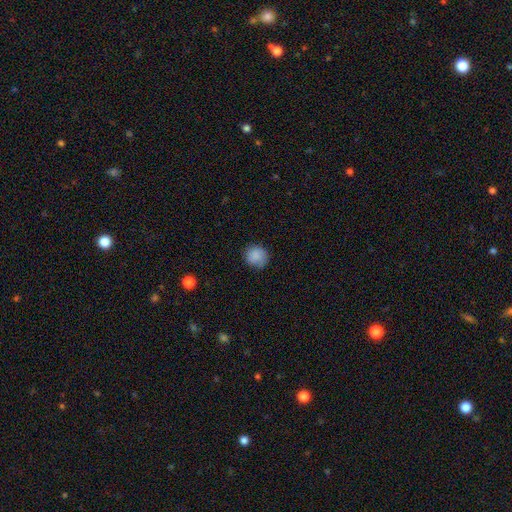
Q: Smooth or featured?
A: smooth (95%); runner-up: featured or disk (5%)
Q: How rounded?
A: round (80%); runner-up: in between (20%)
Q: Merging?
A: none (78%); runner-up: minor disturbance (19%)